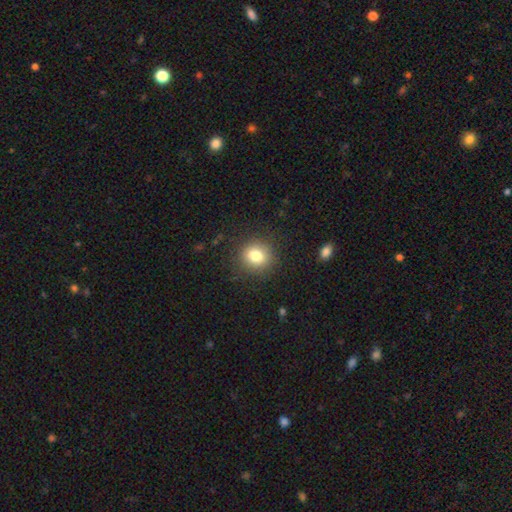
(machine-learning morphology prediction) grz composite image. It shows a smooth galaxy with no disk features (81%) that is round (81%). Merging: none (87%).